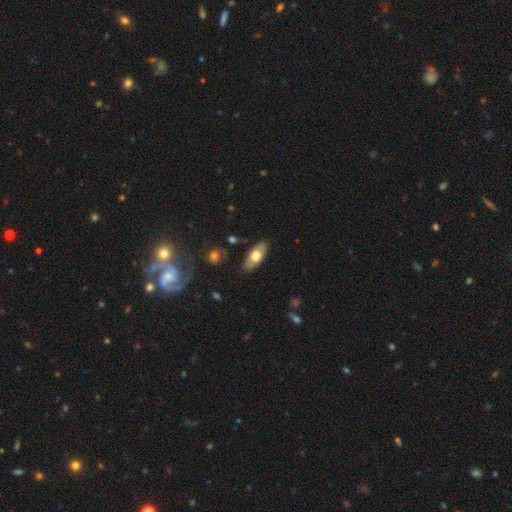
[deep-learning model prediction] A smooth galaxy with no disk features (64%) that is in between round and cigar-shaped (87%). Merging: none (86%).